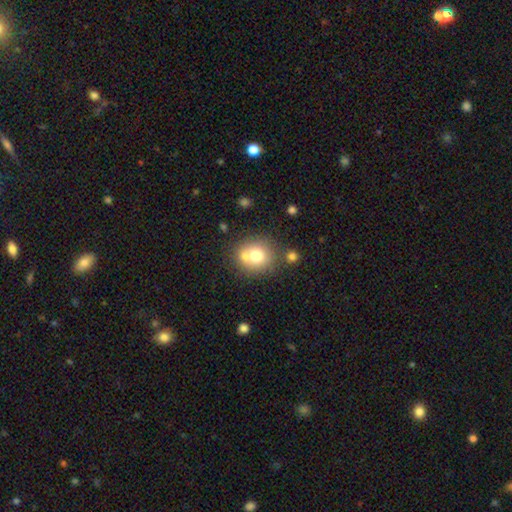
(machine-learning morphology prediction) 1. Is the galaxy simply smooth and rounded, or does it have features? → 70% smooth, 18% featured or disk, 12% star or artifact.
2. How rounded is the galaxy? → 83% round, 16% in between, 1% cigar-shaped.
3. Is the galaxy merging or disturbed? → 56% none, 30% merger, 10% minor disturbance, 4% major disturbance.